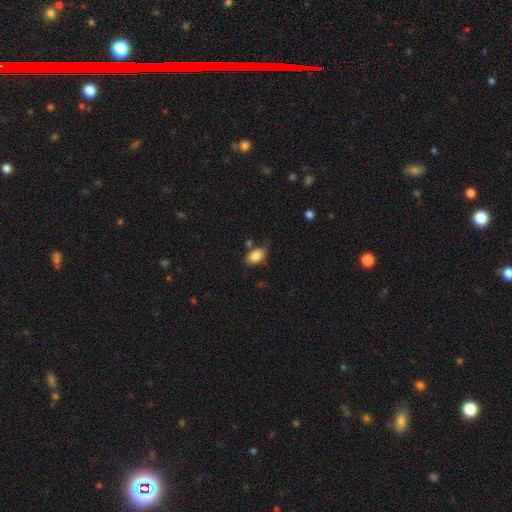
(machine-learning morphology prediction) Smooth or featured? smooth (85%)
How rounded? in between (89%)
Merging? none (57%)